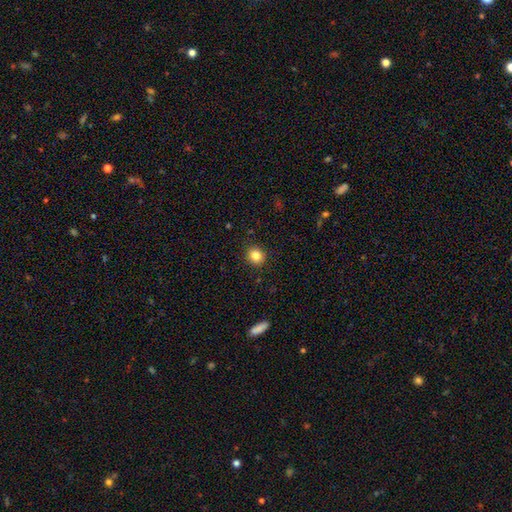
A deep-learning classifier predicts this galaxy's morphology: type=smooth (84%); roundness=round (84%); merging=none (91%).